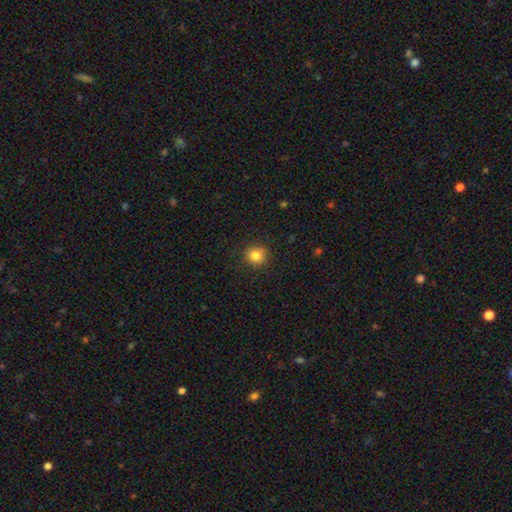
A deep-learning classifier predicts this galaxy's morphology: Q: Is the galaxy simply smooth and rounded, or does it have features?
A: smooth — 83%.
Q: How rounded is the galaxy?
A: round — 92%.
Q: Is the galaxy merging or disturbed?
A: none — 90%.